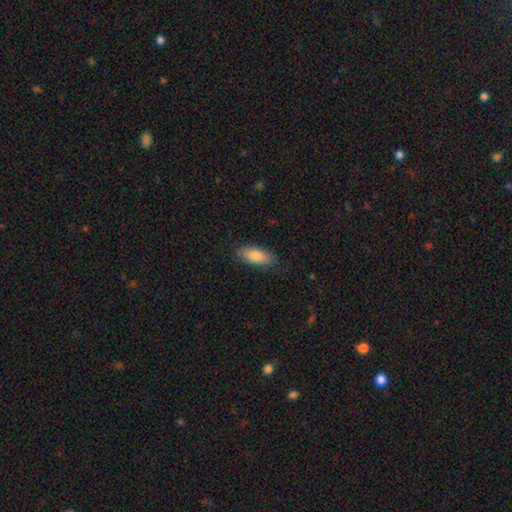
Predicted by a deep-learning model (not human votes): Smooth or featured? smooth (84%)
How rounded? in between (77%)
Merging? none (84%)